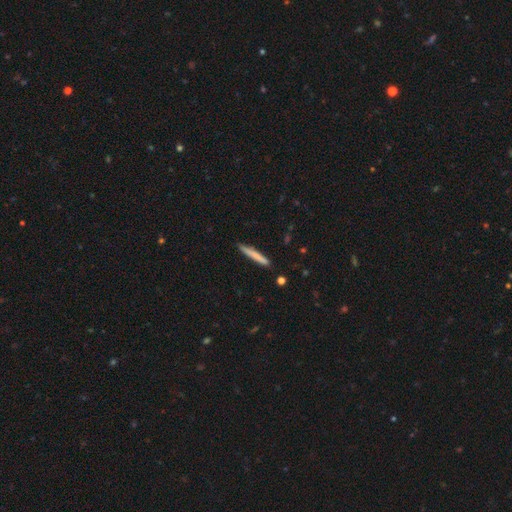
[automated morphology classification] Smooth or featured: smooth — 73% (featured or disk — 21%)
How rounded: cigar-shaped — 96% (in between — 3%)
Merging: none — 86% (minor disturbance — 11%)